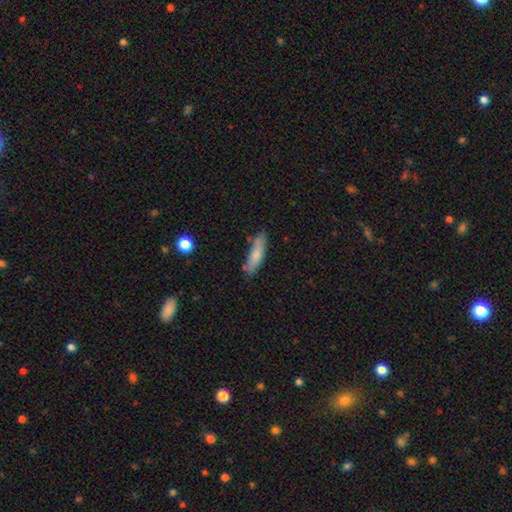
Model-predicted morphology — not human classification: Smooth or featured?
  - smooth: 78% *
  - featured or disk: 15%
  - star or artifact: 6%
How rounded?
  - cigar-shaped: 72% *
  - in between: 27%
  - round: 2%
Merging?
  - none: 75% *
  - minor disturbance: 17%
  - merger: 4%
  - major disturbance: 3%